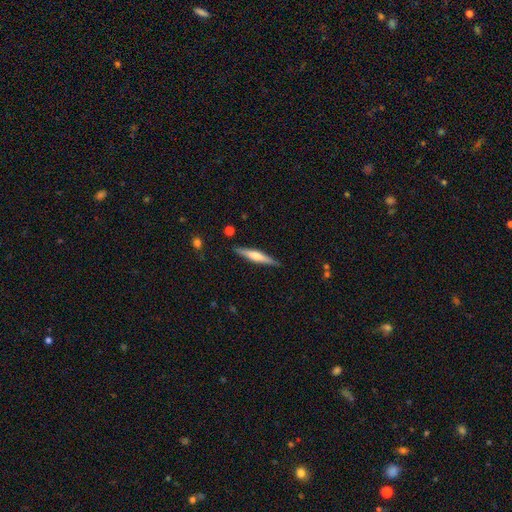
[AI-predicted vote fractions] Smooth or featured?
  - featured or disk: 54% *
  - smooth: 40%
  - star or artifact: 6%
Edge-on disk?
  - yes: 97% *
  - no: 3%
Edge-on bulge?
  - rounded: 73% *
  - none: 14%
  - boxy: 13%
Merging?
  - none: 89% *
  - minor disturbance: 8%
  - major disturbance: 2%
  - merger: 1%